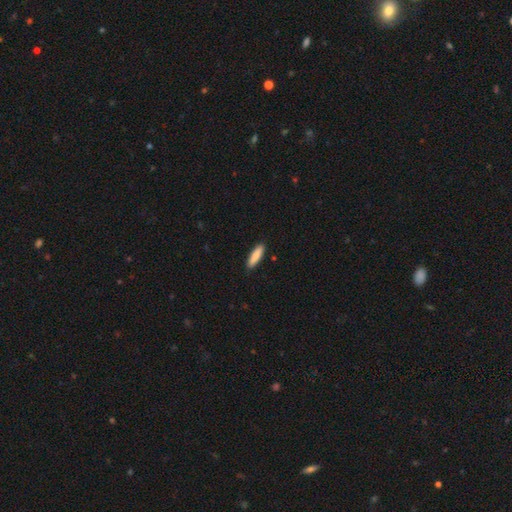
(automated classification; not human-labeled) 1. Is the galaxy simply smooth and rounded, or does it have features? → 86% smooth, 8% featured or disk, 5% star or artifact.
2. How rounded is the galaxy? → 69% cigar-shaped, 30% in between, 1% round.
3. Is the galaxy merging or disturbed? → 90% none, 8% minor disturbance, 2% major disturbance, 1% merger.